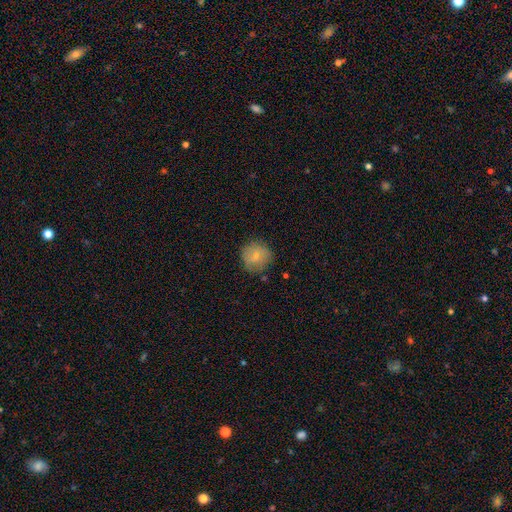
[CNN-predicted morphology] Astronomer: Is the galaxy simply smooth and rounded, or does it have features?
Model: smooth — 75%.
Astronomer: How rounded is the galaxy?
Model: round — 89%.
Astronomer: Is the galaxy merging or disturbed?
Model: none — 78%.